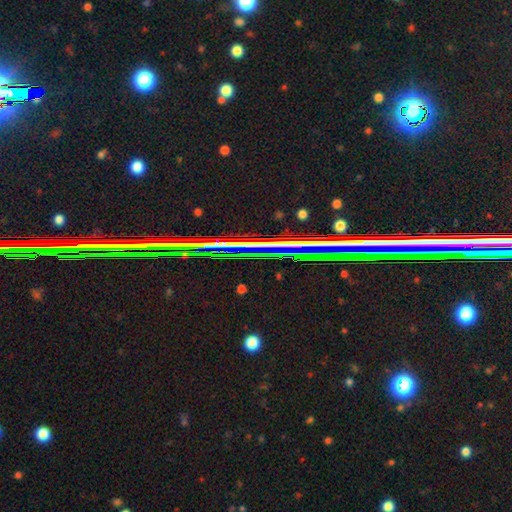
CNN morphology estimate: A star or artifact, not a galaxy (78%).